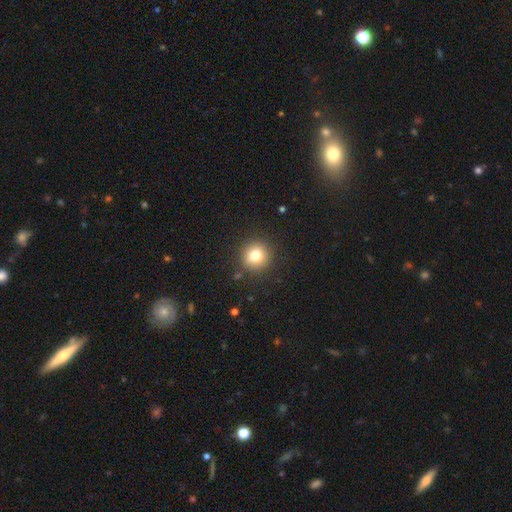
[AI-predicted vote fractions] Smooth or featured?
  - smooth: 79% *
  - star or artifact: 12%
  - featured or disk: 9%
How rounded?
  - round: 91% *
  - in between: 8%
  - cigar-shaped: 1%
Merging?
  - none: 88% *
  - minor disturbance: 8%
  - major disturbance: 3%
  - merger: 2%